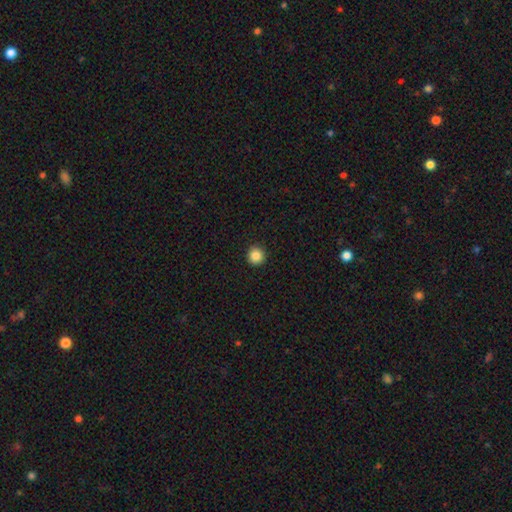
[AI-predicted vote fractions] Smooth or featured: smooth — 86% (star or artifact — 10%)
How rounded: round — 96% (in between — 3%)
Merging: none — 93% (minor disturbance — 4%)